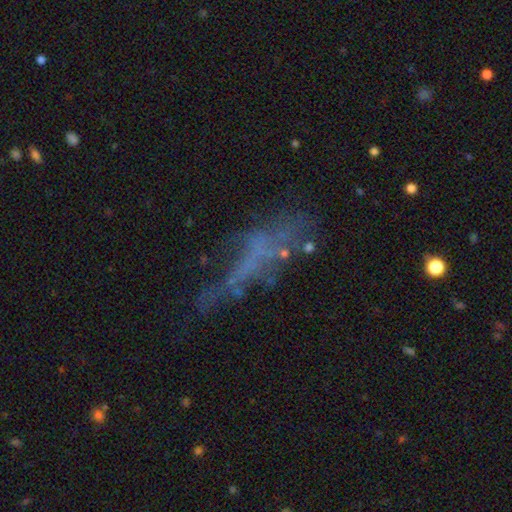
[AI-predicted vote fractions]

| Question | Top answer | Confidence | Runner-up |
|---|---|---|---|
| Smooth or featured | featured or disk | 46% | smooth (29%) |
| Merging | none | 40% | major disturbance (32%) |